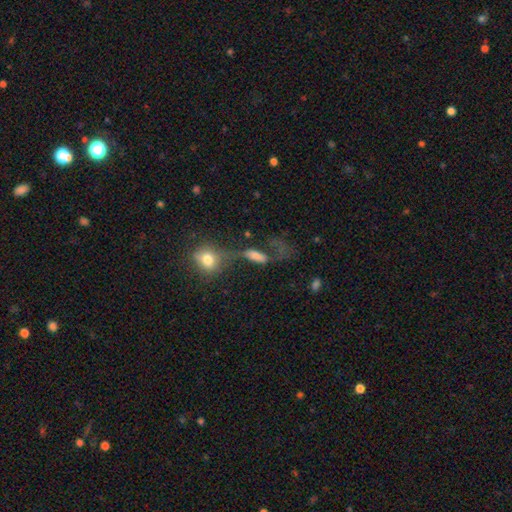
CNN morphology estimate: Smooth or featured?
  - smooth: 64% *
  - featured or disk: 22%
  - star or artifact: 15%
How rounded?
  - in between: 65% *
  - cigar-shaped: 23%
  - round: 12%
Merging?
  - merger: 28% * (tied)
  - none: 28% * (tied)
  - major disturbance: 28% * (tied)
  - minor disturbance: 16%